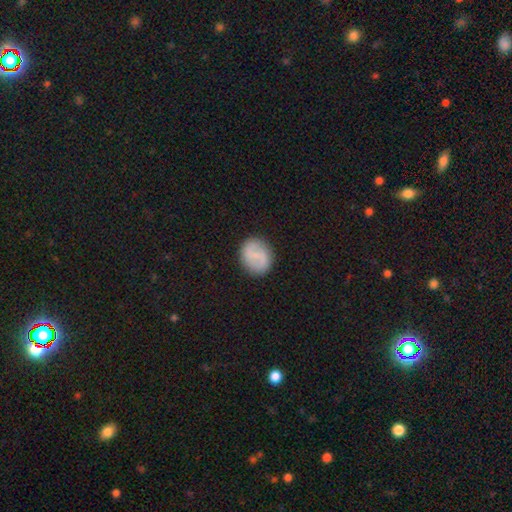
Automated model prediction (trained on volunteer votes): smooth_or_featured: smooth (p=0.52) [alt: featured or disk p=0.41]
how_rounded: round (p=0.68) [alt: in between p=0.30]
merging: none (p=0.86) [alt: minor disturbance p=0.10]